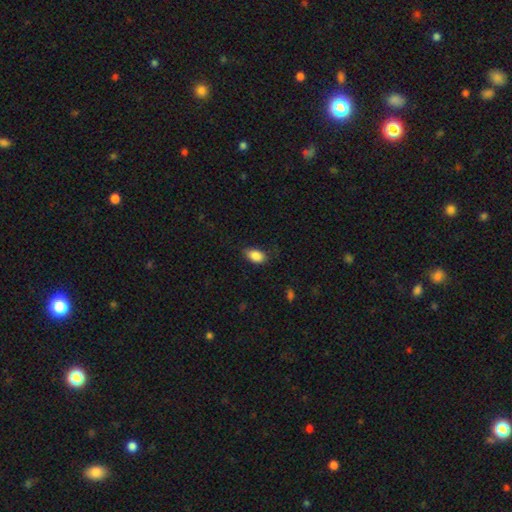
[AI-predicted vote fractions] This appears to be a smooth galaxy with no disk features (88%) that is in between round and cigar-shaped (88%). Merging: none (73%).